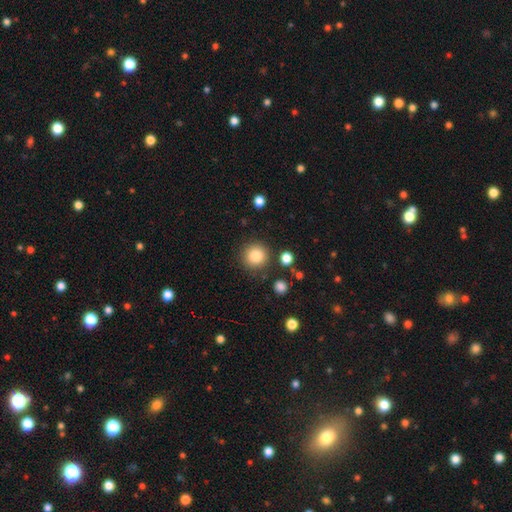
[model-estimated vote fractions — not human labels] smooth-or-featured: smooth: 85% | star or artifact: 10% | featured or disk: 5%
  how-rounded: round: 94% | in between: 5% | cigar-shaped: 1%
  merging: none: 86% | minor disturbance: 8% | merger: 4% | major disturbance: 3%